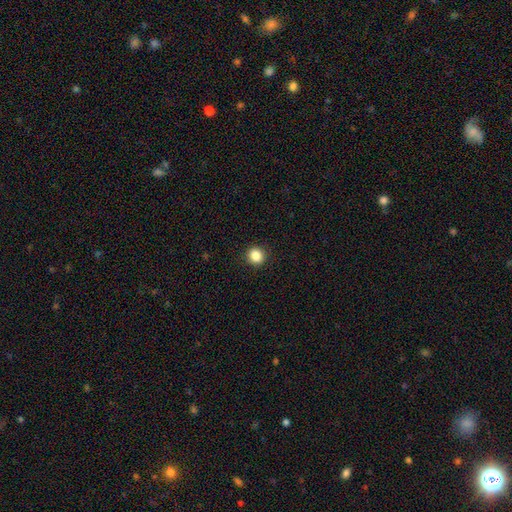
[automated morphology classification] smooth_or_featured: smooth (p=0.86) [alt: star or artifact p=0.10]
how_rounded: round (p=0.87) [alt: in between p=0.12]
merging: none (p=0.92) [alt: minor disturbance p=0.06]